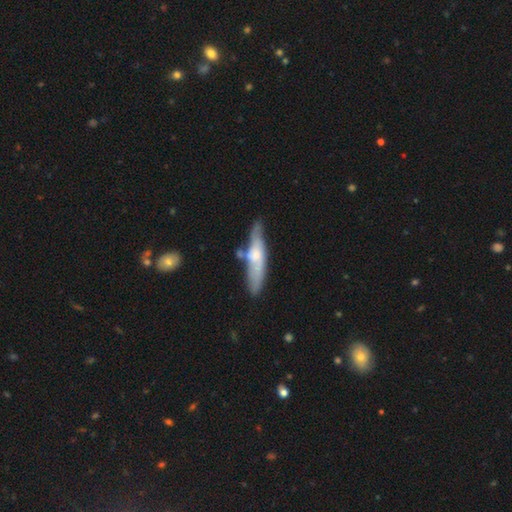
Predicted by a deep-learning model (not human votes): A featured or disk galaxy (51%) viewed edge-on (69%).

Vote fractions:
- Smooth or featured? featured or disk: 51% / smooth: 43% / star or artifact: 6%
- Edge-on disk? yes: 69% / no: 31%
- Merging? none: 60% / minor disturbance: 21% / merger: 13% / major disturbance: 6%